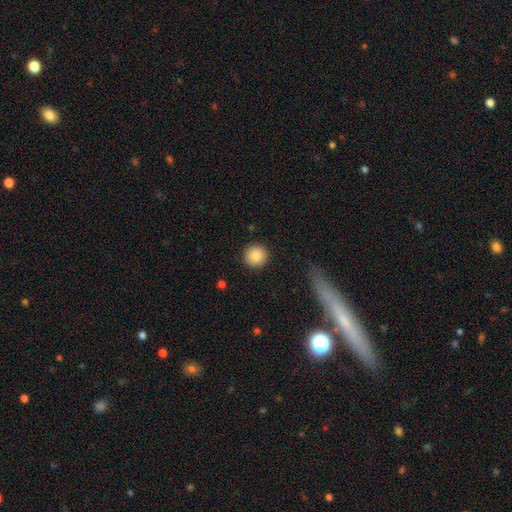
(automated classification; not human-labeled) A smooth galaxy with no disk features (86%) that is round (94%).

Vote fractions:
- Smooth or featured? smooth: 86% / star or artifact: 8% / featured or disk: 6%
- How rounded? round: 94% / in between: 5% / cigar-shaped: 1%
- Merging? none: 91% / minor disturbance: 6% / major disturbance: 2% / merger: 1%